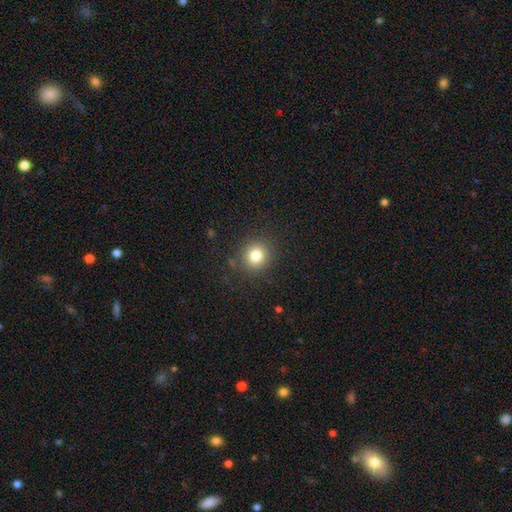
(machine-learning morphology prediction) A smooth galaxy with no disk features (80%) that is round (87%).

Vote fractions:
- Smooth or featured? smooth: 80% / star or artifact: 12% / featured or disk: 8%
- How rounded? round: 87% / in between: 12% / cigar-shaped: 1%
- Merging? none: 87% / minor disturbance: 8% / major disturbance: 4% / merger: 1%